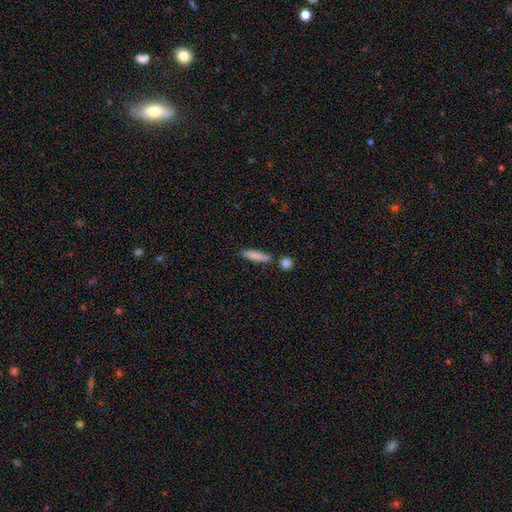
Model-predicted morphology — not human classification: Smooth or featured?
  - smooth: 82% *
  - featured or disk: 12%
  - star or artifact: 6%
How rounded?
  - cigar-shaped: 85% *
  - in between: 13%
  - round: 2%
Merging?
  - none: 77% *
  - minor disturbance: 11%
  - merger: 9%
  - major disturbance: 3%